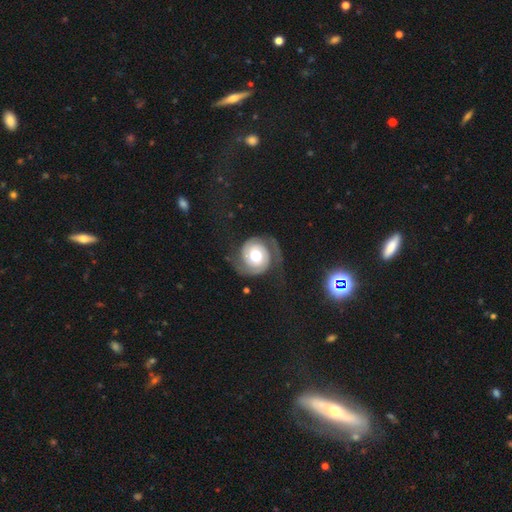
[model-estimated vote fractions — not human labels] smooth-or-featured: featured or disk: 80% | smooth: 14% | star or artifact: 6%
  disk-edge-on: no: 98% | yes: 2%
    bar: no: 74% | weak: 20% | strong: 6%
    has-spiral-arms: yes: 94% | no: 6%
      spiral-winding: tight: 47% | medium: 36% | loose: 17%
      spiral-arm-count: 2: 86% | can't tell: 5% | 1: 5% | 3: 2% | 4: 1% | more than 4: 1%
    bulge-size: moderate: 61% | large: 29% | small: 5% | dominant: 4% | none: 1%
  merging: none: 64% | minor disturbance: 17% | major disturbance: 17% | merger: 2%